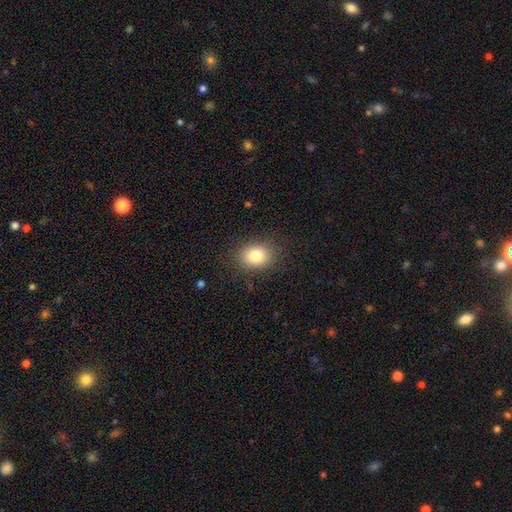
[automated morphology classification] Q: Smooth or featured?
A: smooth (82%); runner-up: star or artifact (10%)
Q: How rounded?
A: in between (55%); runner-up: round (44%)
Q: Merging?
A: none (85%); runner-up: minor disturbance (10%)